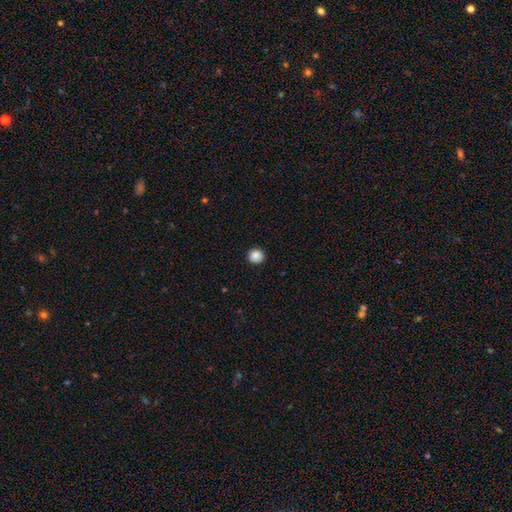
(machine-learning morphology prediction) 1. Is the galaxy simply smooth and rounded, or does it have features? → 87% smooth, 9% star or artifact, 4% featured or disk.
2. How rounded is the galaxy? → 89% round, 10% in between, 1% cigar-shaped.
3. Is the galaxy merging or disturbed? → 91% none, 6% minor disturbance, 2% major disturbance, 1% merger.